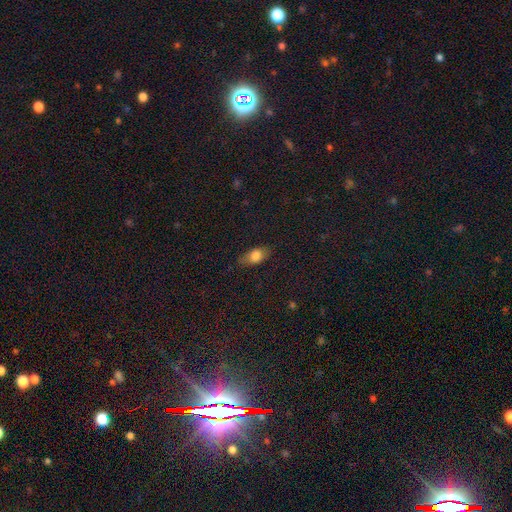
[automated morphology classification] Smooth or featured: smooth — 76% (featured or disk — 15%)
How rounded: in between — 84% (cigar-shaped — 8%)
Merging: none — 76% (minor disturbance — 18%)